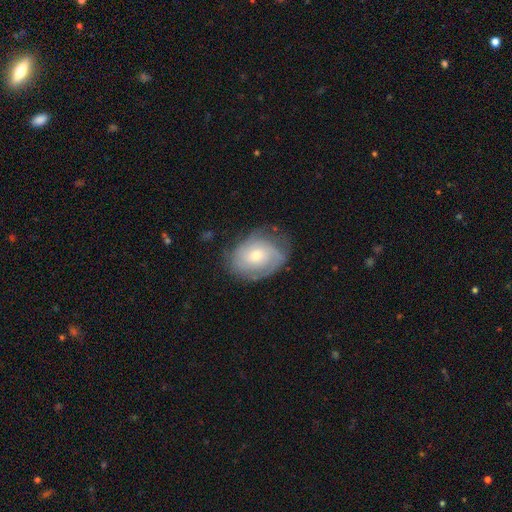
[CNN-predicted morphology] Q: Smooth or featured?
A: featured or disk (74%); runner-up: smooth (20%)
Q: Edge-on disk?
A: no (97%); runner-up: yes (3%)
Q: Bar?
A: no (75%); runner-up: weak (21%)
Q: Spiral arms?
A: yes (90%); runner-up: no (10%)
Q: Spiral winding?
A: tight (60%); runner-up: medium (30%)
Q: Spiral arm count?
A: can't tell (34%); runner-up: 2 (32%)
Q: Bulge size?
A: moderate (51%); runner-up: small (44%)
Q: Merging?
A: none (68%); runner-up: minor disturbance (22%)